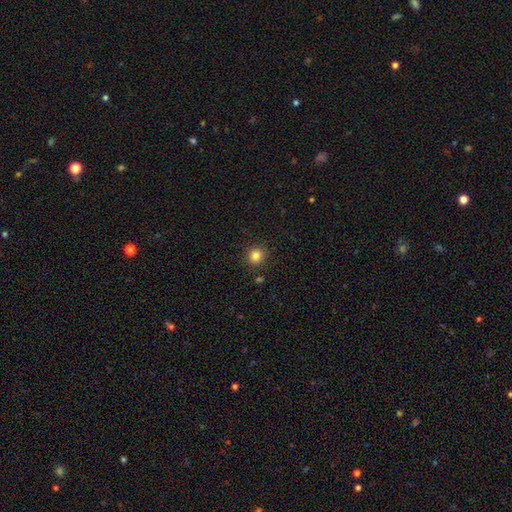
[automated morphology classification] Smooth or featured: smooth — 84% (star or artifact — 12%)
How rounded: round — 89% (in between — 10%)
Merging: none — 89% (minor disturbance — 6%)